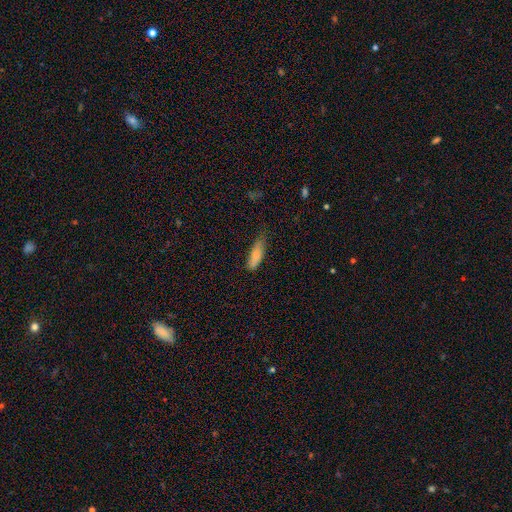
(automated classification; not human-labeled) Morphology: type=smooth (79%); roundness=in between (55%); merging=none (57%).